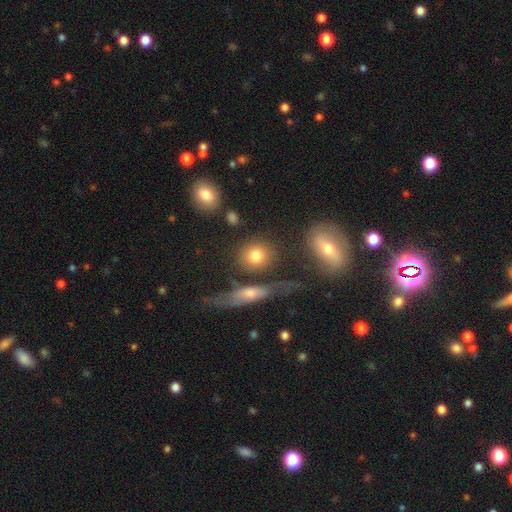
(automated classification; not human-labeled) Morphology: type=smooth (76%); roundness=round (77%); merging=none (68%).